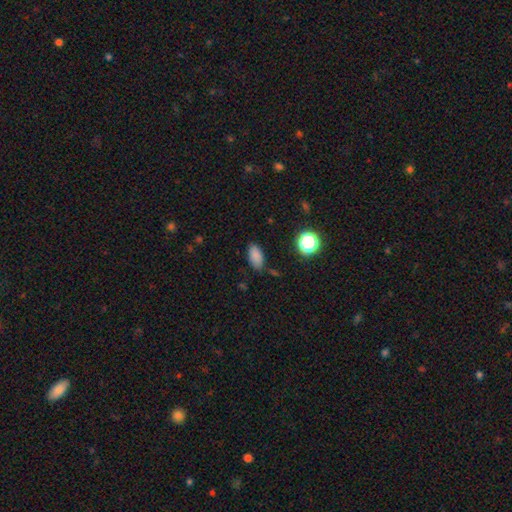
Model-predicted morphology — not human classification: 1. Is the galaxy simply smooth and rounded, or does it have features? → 83% smooth, 12% star or artifact, 5% featured or disk.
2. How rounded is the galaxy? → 90% in between, 6% round, 4% cigar-shaped.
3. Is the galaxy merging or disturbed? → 79% none, 15% minor disturbance, 3% major disturbance, 3% merger.